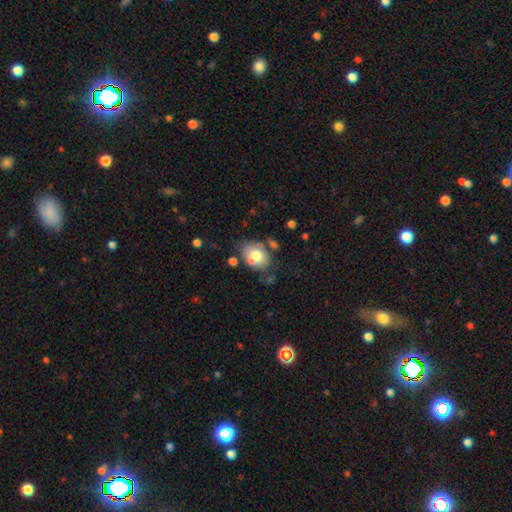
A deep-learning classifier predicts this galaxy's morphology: smooth_or_featured: smooth (p=0.70) [alt: featured or disk p=0.21]
how_rounded: in between (p=0.64) [alt: round p=0.35]
merging: none (p=0.50) [alt: minor disturbance p=0.25]